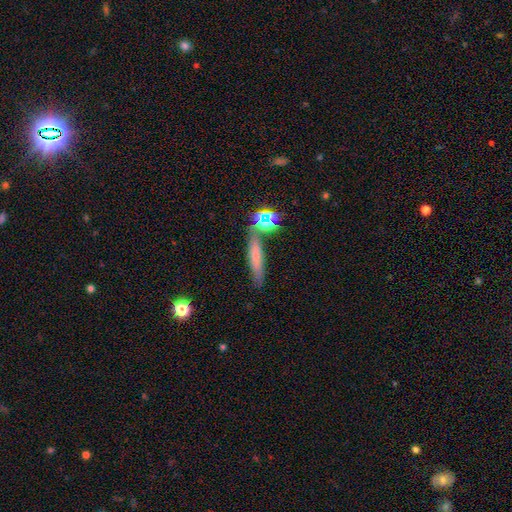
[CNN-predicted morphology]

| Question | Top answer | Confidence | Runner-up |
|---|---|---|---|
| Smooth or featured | smooth | 60% | featured or disk (24%) |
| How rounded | cigar-shaped | 79% | in between (15%) |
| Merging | none | 71% | minor disturbance (14%) |